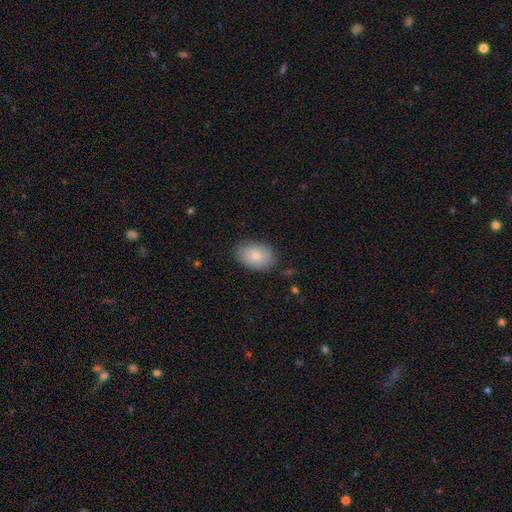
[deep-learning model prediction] smooth 81%, featured or disk 12%, star or artifact 7%. Down the decision tree: how rounded — in between (84%); merging — none (83%).